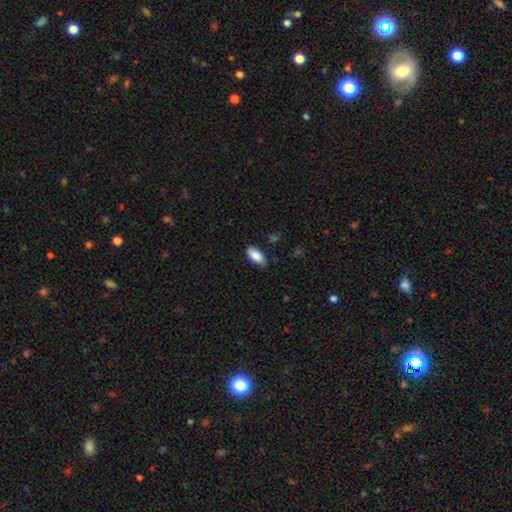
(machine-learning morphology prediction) Smooth or featured?
  - smooth: 87% *
  - featured or disk: 7%
  - star or artifact: 6%
How rounded?
  - in between: 91% *
  - cigar-shaped: 6%
  - round: 2%
Merging?
  - none: 80% *
  - minor disturbance: 16%
  - major disturbance: 3%
  - merger: 1%